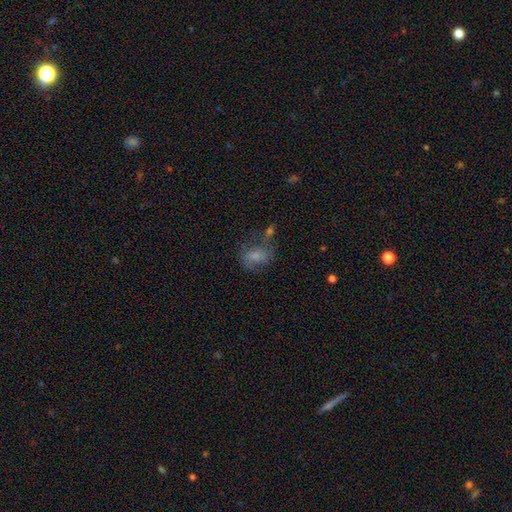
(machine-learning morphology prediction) smooth 58%, featured or disk 28%, star or artifact 14%. Down the decision tree: how rounded — in between (69%); merging — none (42%).